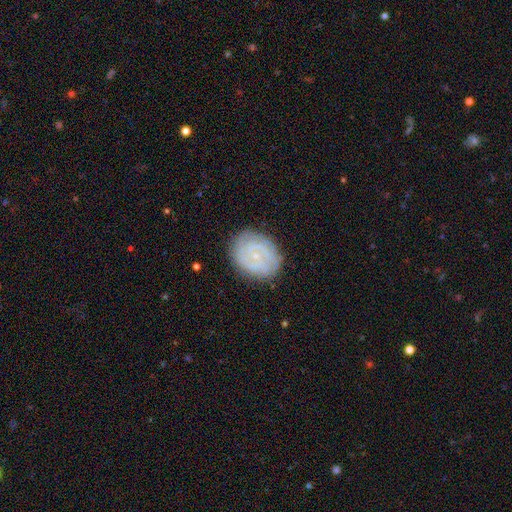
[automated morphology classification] featured or disk 75%, smooth 18%, star or artifact 7%. Down the decision tree: edge-on disk — no (98%); bar — no (65%); spiral arms — yes (91%); spiral arm count — can't tell (33%); spiral winding — tight (71%); bulge size — small (83%); merging — none (82%).